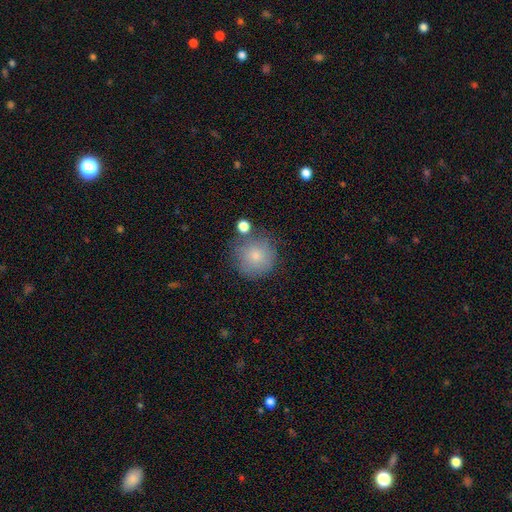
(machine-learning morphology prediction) type=smooth (80%); roundness=round (94%); merging=none (72%).